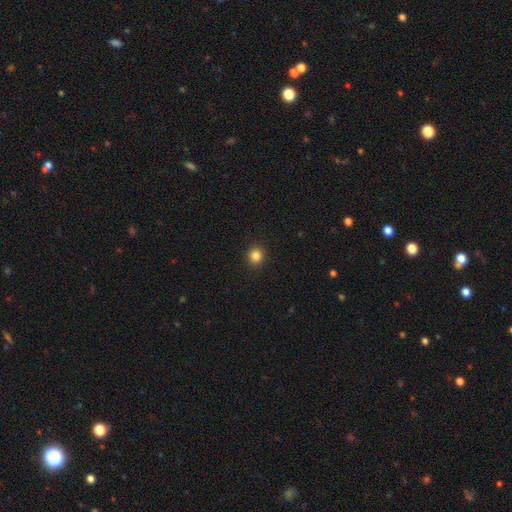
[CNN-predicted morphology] smooth 84%, star or artifact 12%, featured or disk 4%. Down the decision tree: how rounded — round (91%); merging — none (93%).